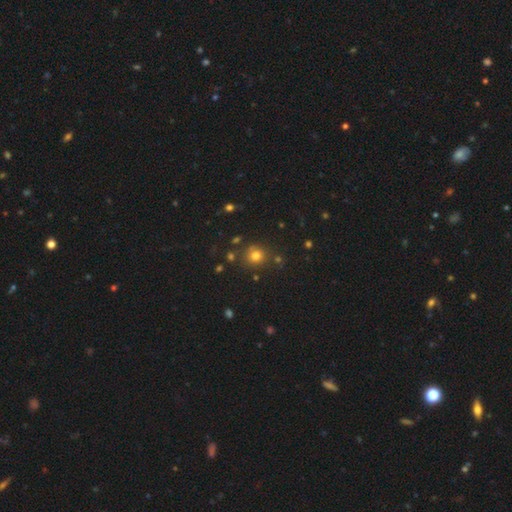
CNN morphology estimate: smooth-or-featured: smooth: 75% | star or artifact: 18% | featured or disk: 7%
  how-rounded: round: 88% | in between: 11% | cigar-shaped: 1%
  merging: none: 79% | minor disturbance: 11% | merger: 6% | major disturbance: 4%